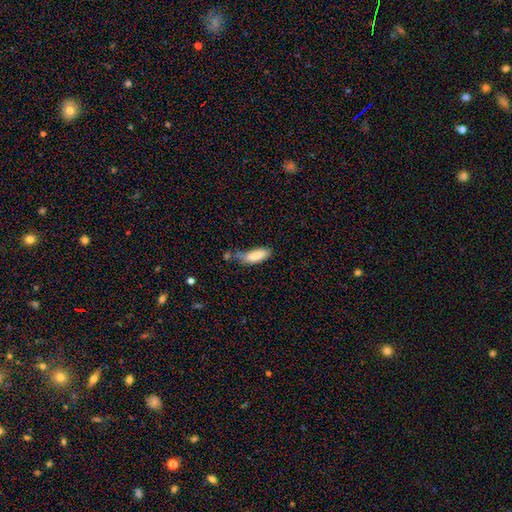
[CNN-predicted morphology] smooth_or_featured: smooth (p=0.84) [alt: featured or disk p=0.09]
how_rounded: in between (p=0.65) [alt: cigar-shaped p=0.33]
merging: none (p=0.37) [alt: minor disturbance p=0.36]